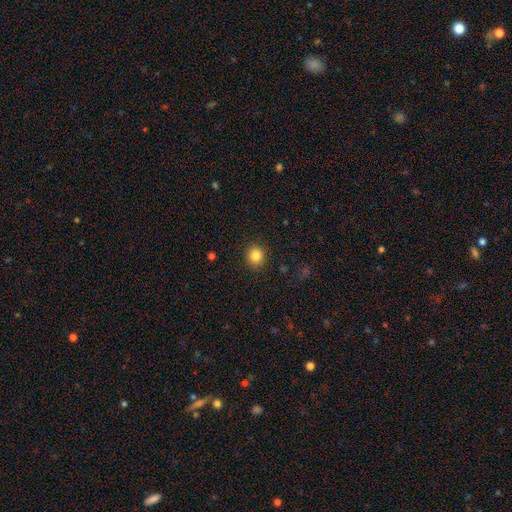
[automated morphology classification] Overall: smooth (84%). How rounded: round (84%). Merging: none (90%).